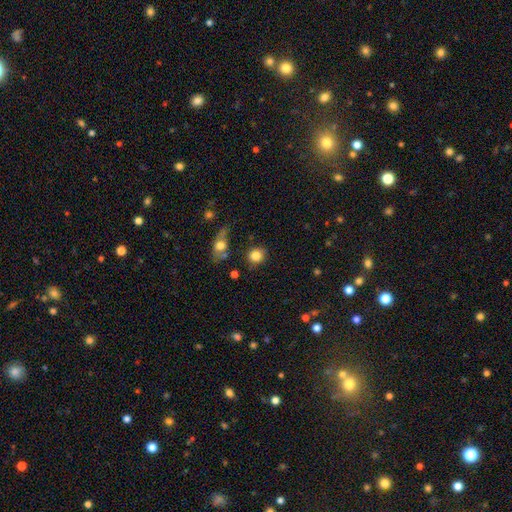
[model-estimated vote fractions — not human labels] This appears to be a smooth galaxy with no disk features (83%) that is round (83%). Merging: none (79%).